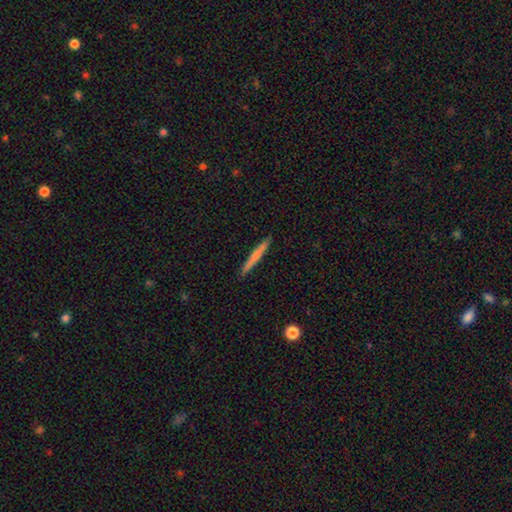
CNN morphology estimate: Smooth or featured? smooth (60%)
How rounded? cigar-shaped (96%)
Merging? none (91%)